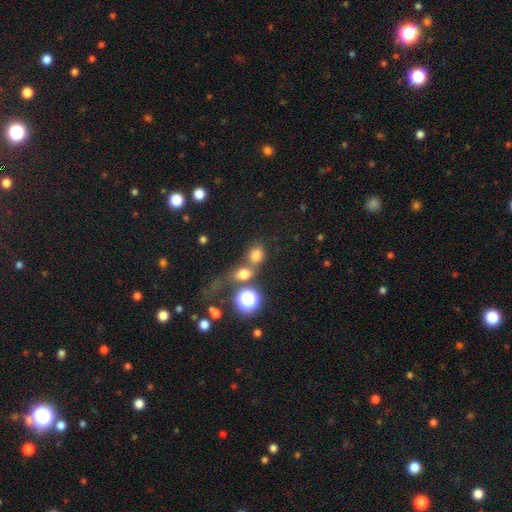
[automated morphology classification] Overall: smooth (71%). How rounded: round (69%; in between 29%). Merging: none (49%; merger 34%).